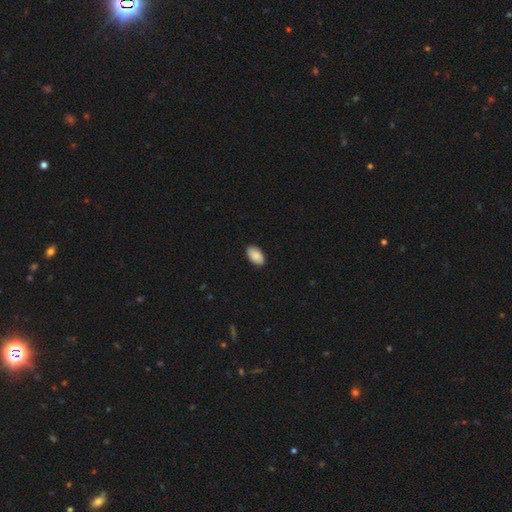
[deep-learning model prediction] Morphology: type=smooth (89%); roundness=in between (95%); merging=none (89%).